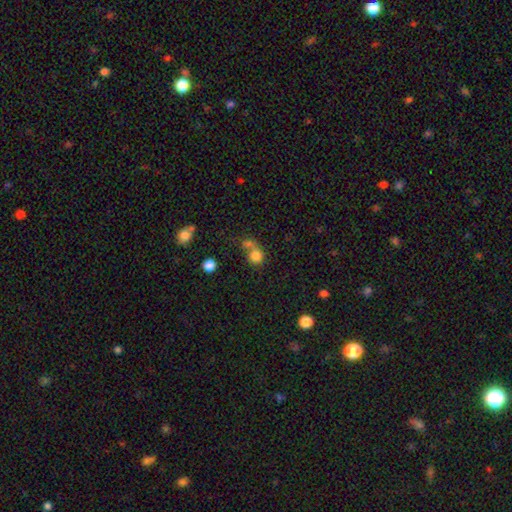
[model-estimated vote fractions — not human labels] A smooth galaxy with no disk features (79%) that is round (82%).

Vote fractions:
- Smooth or featured? smooth: 79% / star or artifact: 12% / featured or disk: 9%
- How rounded? round: 82% / in between: 17% / cigar-shaped: 1%
- Merging? merger: 49% / none: 37% / minor disturbance: 8% / major disturbance: 6%